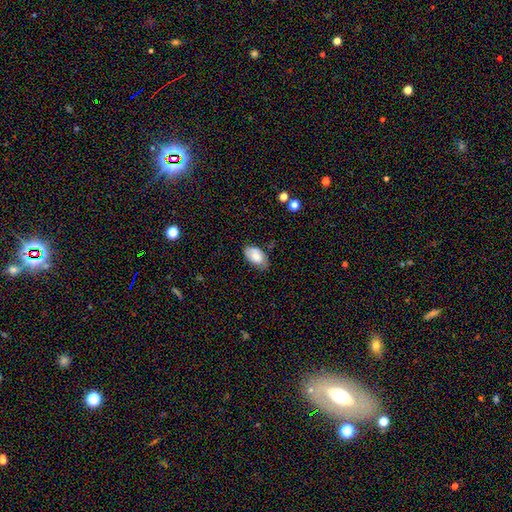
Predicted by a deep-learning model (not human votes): Smooth or featured? smooth (73%)
How rounded? in between (94%)
Merging? none (65%)